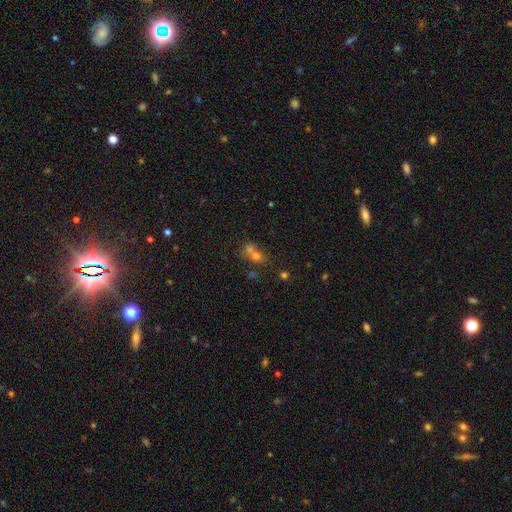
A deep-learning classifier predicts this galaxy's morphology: Smooth or featured? Predicted: smooth (p=0.64). How rounded? Predicted: round (p=0.71). Merging? Predicted: merger (p=0.61).